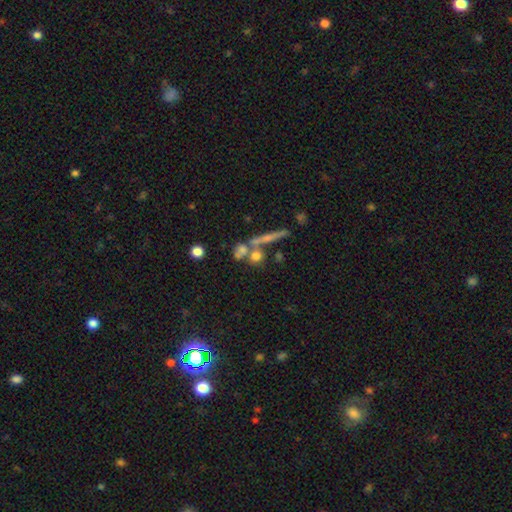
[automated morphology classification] A smooth galaxy with no disk features (61%) that is round (68%).

Vote fractions:
- Smooth or featured? smooth: 61% / featured or disk: 25% / star or artifact: 14%
- How rounded? round: 68% / in between: 18% / cigar-shaped: 14%
- Merging? none: 49% / merger: 35% / minor disturbance: 10% / major disturbance: 7%